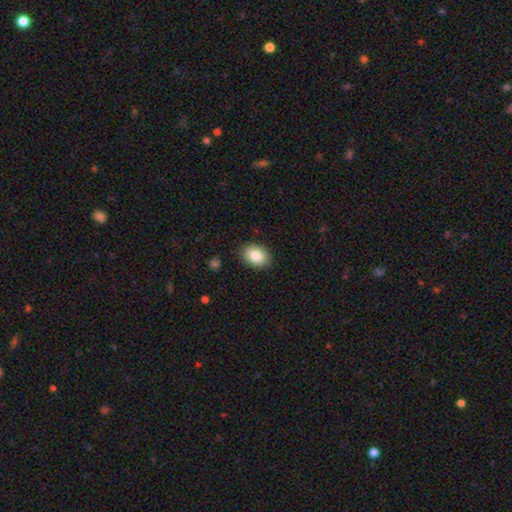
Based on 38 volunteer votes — Volunteers were most divided on "how rounded": in between: 81%, round: 16%, cigar-shaped: 3%. More confident: merging — none (91%); smooth or featured — smooth (84%).